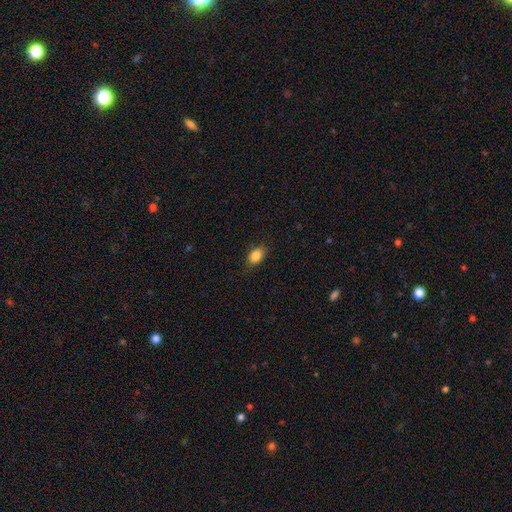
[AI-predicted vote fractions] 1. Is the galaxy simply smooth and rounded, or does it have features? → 84% smooth, 8% star or artifact, 7% featured or disk.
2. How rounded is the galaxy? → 82% in between, 16% round, 2% cigar-shaped.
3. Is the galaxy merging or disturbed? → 81% none, 15% minor disturbance, 3% major disturbance, 1% merger.